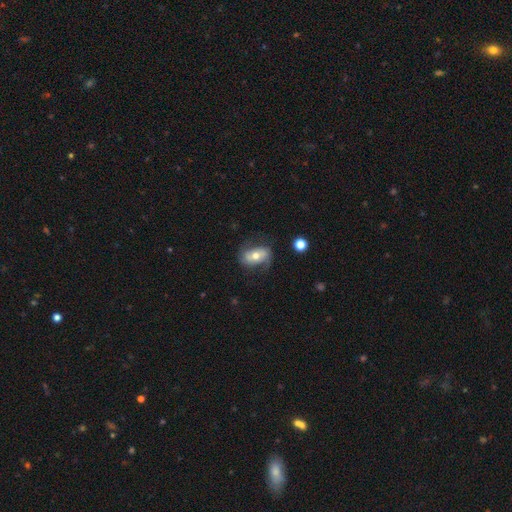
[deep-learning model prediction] Smooth or featured? featured or disk (50%)
Edge-on disk? no (92%)
Merging? none (66%)